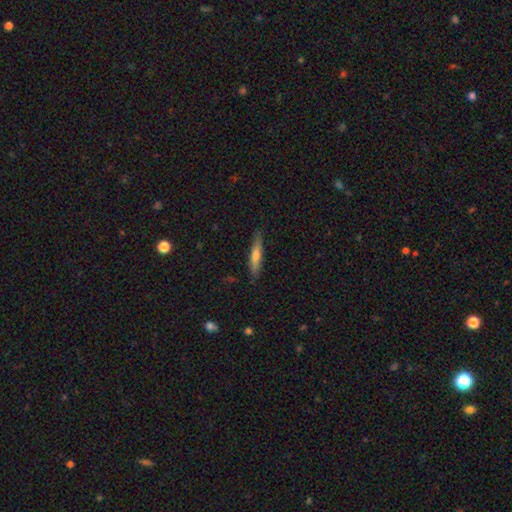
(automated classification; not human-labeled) Smooth or featured? smooth (61%)
How rounded? cigar-shaped (88%)
Merging? none (85%)